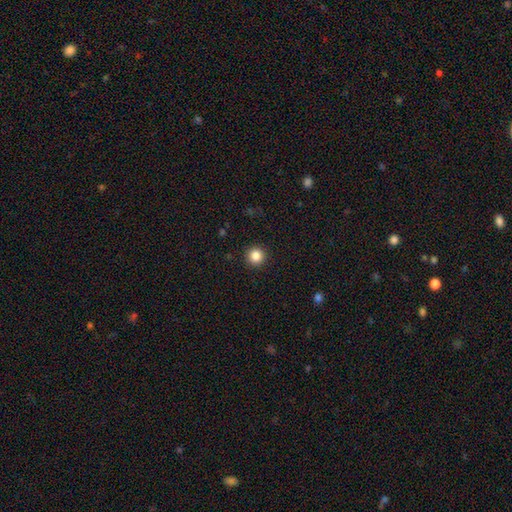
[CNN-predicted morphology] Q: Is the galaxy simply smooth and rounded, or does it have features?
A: smooth — 85%.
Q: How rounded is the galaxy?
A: round — 96%.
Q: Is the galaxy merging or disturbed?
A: none — 93%.